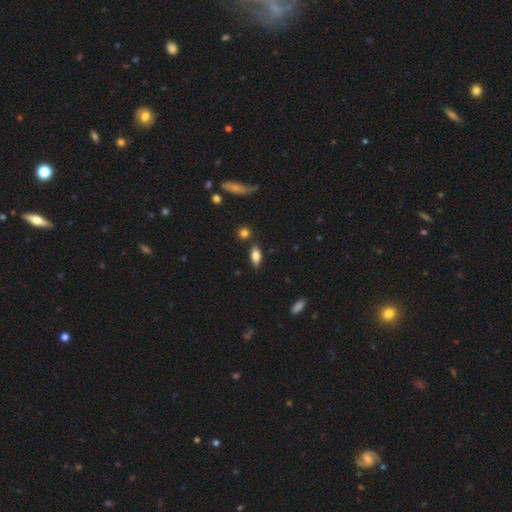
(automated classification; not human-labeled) smooth_or_featured: smooth (p=0.76) [alt: featured or disk p=0.16]
how_rounded: in between (p=0.81) [alt: cigar-shaped p=0.16]
merging: none (p=0.78) [alt: minor disturbance p=0.14]